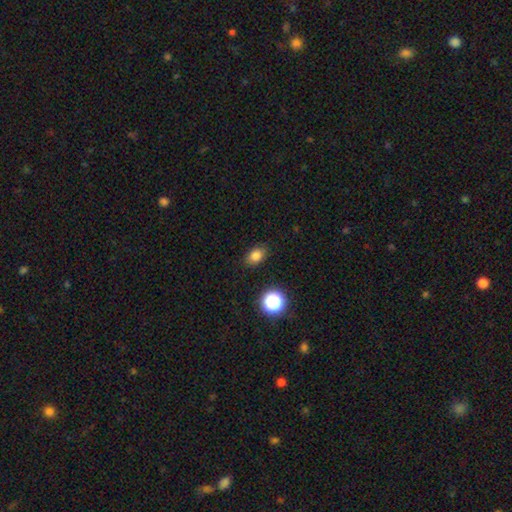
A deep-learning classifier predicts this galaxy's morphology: Q: Smooth or featured?
A: smooth (80%); runner-up: star or artifact (14%)
Q: How rounded?
A: in between (72%); runner-up: round (27%)
Q: Merging?
A: none (85%); runner-up: minor disturbance (11%)